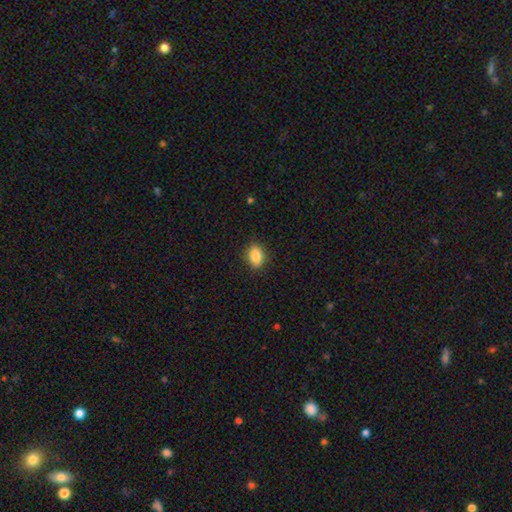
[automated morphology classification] Smooth or featured?
  - smooth: 86% *
  - star or artifact: 8%
  - featured or disk: 6%
How rounded?
  - in between: 84% *
  - round: 13%
  - cigar-shaped: 3%
Merging?
  - none: 87% *
  - minor disturbance: 9%
  - major disturbance: 2%
  - merger: 1%